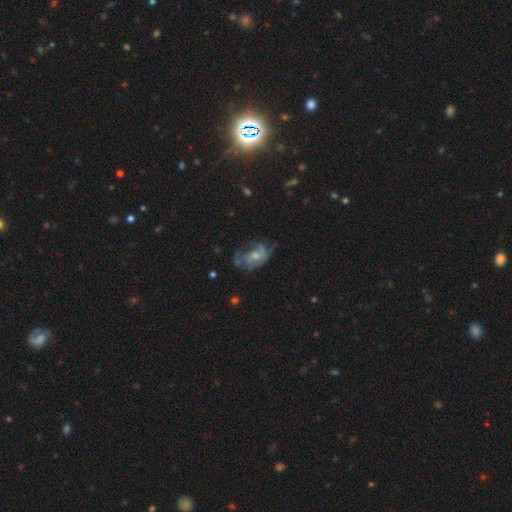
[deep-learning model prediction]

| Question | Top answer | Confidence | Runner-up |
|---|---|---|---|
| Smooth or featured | featured or disk | 60% | smooth (31%) |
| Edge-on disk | no | 96% | yes (4%) |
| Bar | no | 73% | weak (24%) |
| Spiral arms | yes | 61% | no (39%) |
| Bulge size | moderate | 47% | small (38%) |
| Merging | none | 37% | major disturbance (32%) |